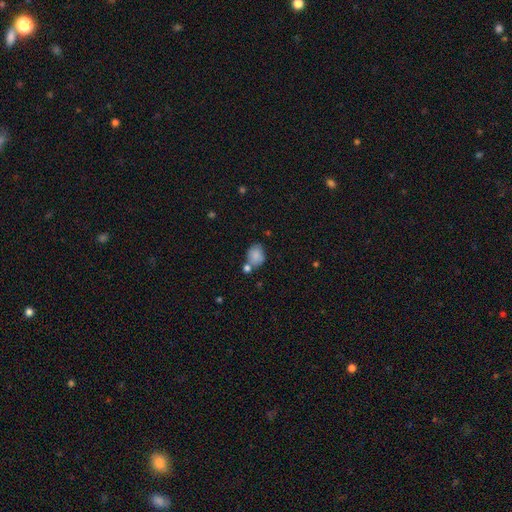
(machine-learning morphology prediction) A smooth galaxy with no disk features (83%) that is in between round and cigar-shaped (54%).

Vote fractions:
- Smooth or featured? smooth: 83% / star or artifact: 9% / featured or disk: 8%
- How rounded? in between: 54% / round: 45% / cigar-shaped: 1%
- Merging? none: 54% / merger: 23% / minor disturbance: 18% / major disturbance: 6%